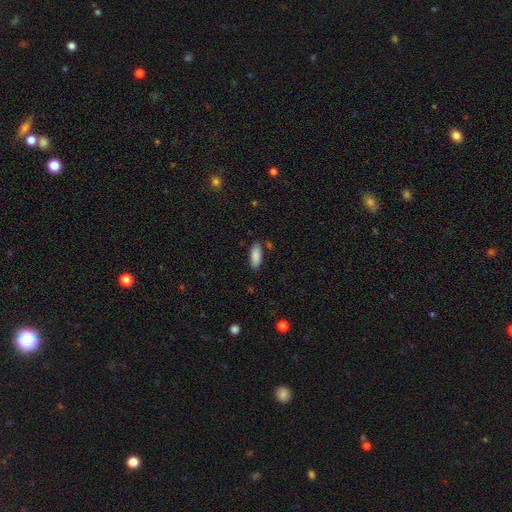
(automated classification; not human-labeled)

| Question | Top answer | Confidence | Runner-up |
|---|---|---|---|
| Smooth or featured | smooth | 89% | star or artifact (6%) |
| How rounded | in between | 80% | cigar-shaped (18%) |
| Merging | none | 83% | minor disturbance (11%) |